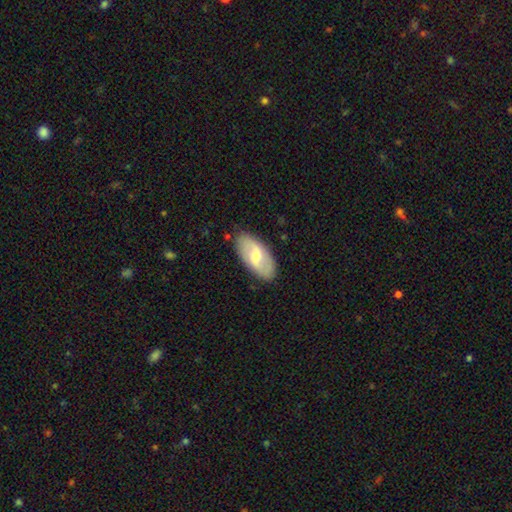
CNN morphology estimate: This appears to be a featured or disk galaxy (51%). Merging: none (87%).